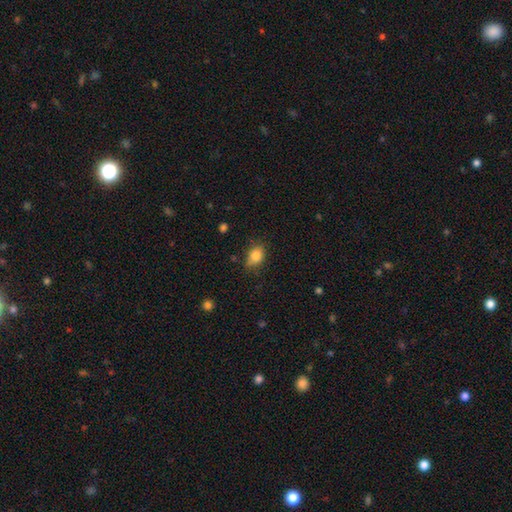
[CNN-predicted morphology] The model was most divided on "how rounded": in between: 69%, round: 29%, cigar-shaped: 2%. More confident: smooth or featured — smooth (84%); merging — none (70%).